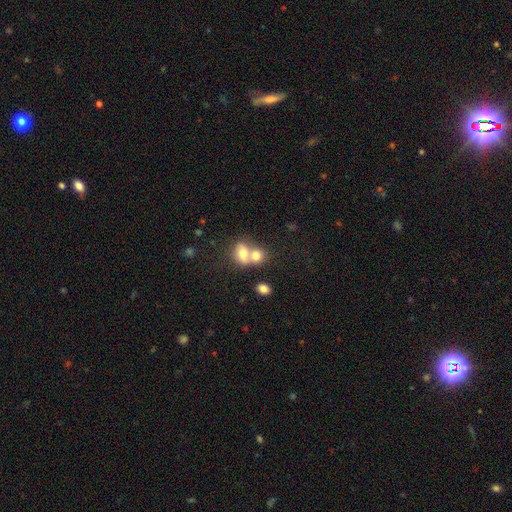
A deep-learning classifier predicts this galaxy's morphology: type=smooth (73%); roundness=round (54%); merging=merger (66%).